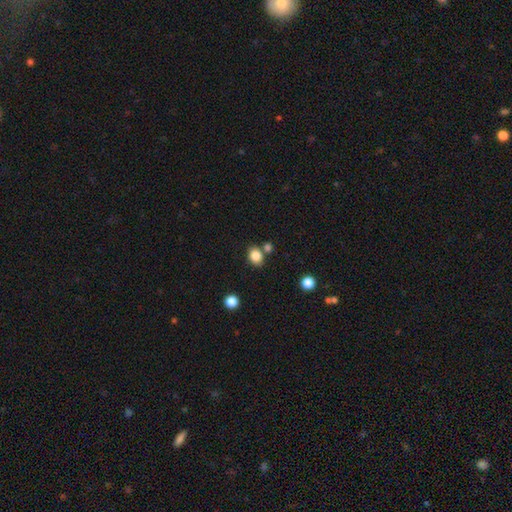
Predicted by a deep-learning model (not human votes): Q: Smooth or featured?
A: smooth (84%); runner-up: star or artifact (10%)
Q: How rounded?
A: in between (53%); runner-up: round (46%)
Q: Merging?
A: none (69%); runner-up: merger (17%)